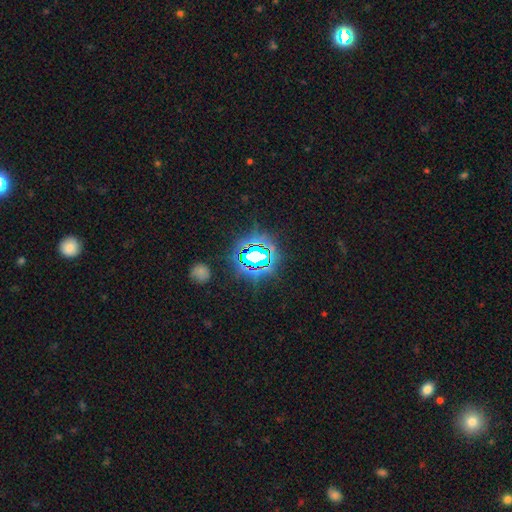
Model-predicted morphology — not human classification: A star or artifact, not a galaxy (75%).

Vote fractions:
- Smooth or featured? star or artifact: 75% / smooth: 15% / featured or disk: 10%